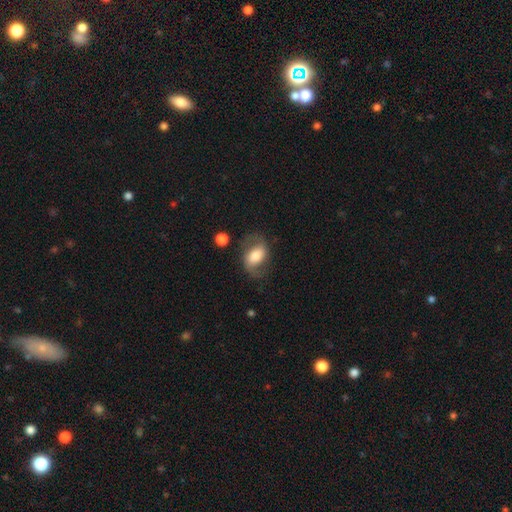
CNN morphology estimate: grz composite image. It shows a featured or disk galaxy (52%). Merging: none (65%).